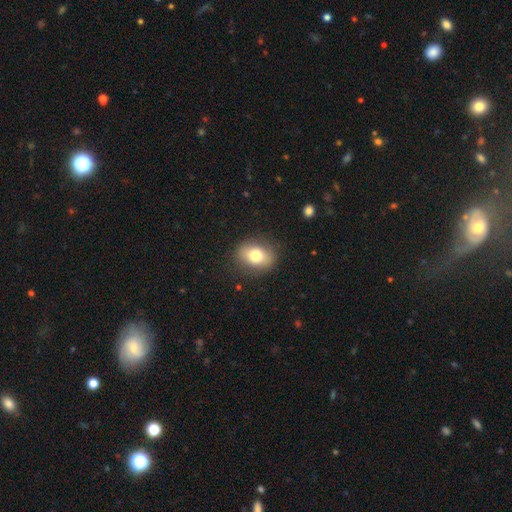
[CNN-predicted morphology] A smooth galaxy with no disk features (75%) that is in between round and cigar-shaped (62%). Merging: none (85%).